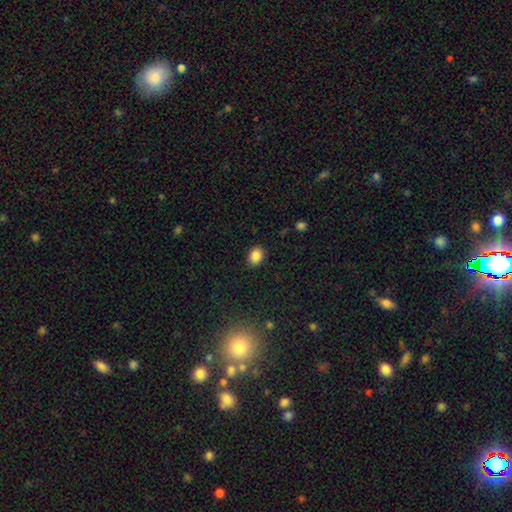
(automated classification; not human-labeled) Smooth or featured?
  - smooth: 87% *
  - star or artifact: 9%
  - featured or disk: 4%
How rounded?
  - in between: 59% *
  - round: 40%
  - cigar-shaped: 1%
Merging?
  - none: 89% *
  - minor disturbance: 8%
  - major disturbance: 2%
  - merger: 1%